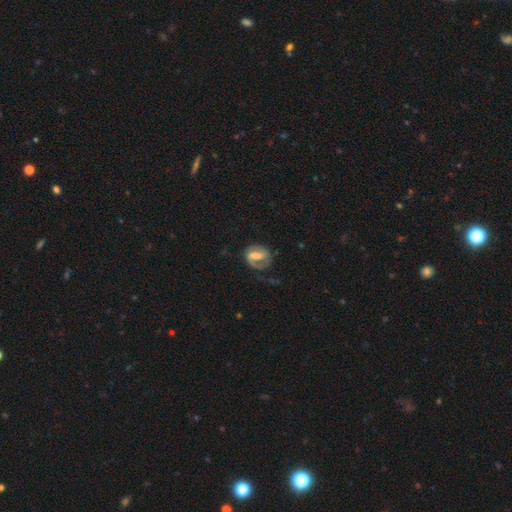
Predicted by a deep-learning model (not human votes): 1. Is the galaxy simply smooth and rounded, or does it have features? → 64% featured or disk, 29% smooth, 7% star or artifact.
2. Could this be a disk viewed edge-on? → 96% no, 4% yes.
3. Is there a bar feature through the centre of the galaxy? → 48% strong, 37% weak, 16% no.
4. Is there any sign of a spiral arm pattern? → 77% yes, 23% no.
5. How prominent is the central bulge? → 36% moderate, 25% small, 18% large, 18% none, 3% dominant.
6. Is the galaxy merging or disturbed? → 51% none, 25% major disturbance, 22% minor disturbance, 2% merger.